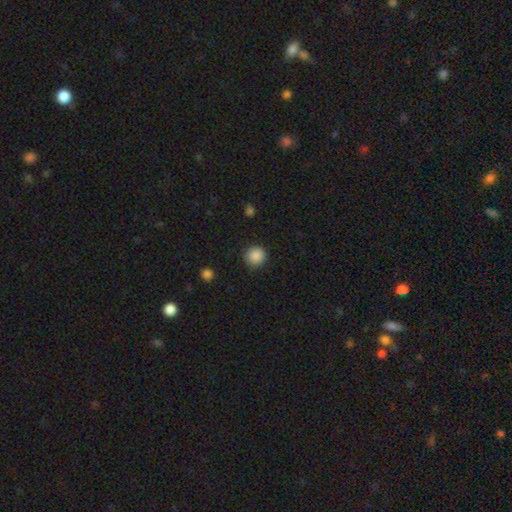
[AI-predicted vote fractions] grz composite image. It shows a smooth galaxy with no disk features (88%) that is round (93%). Merging: none (89%).